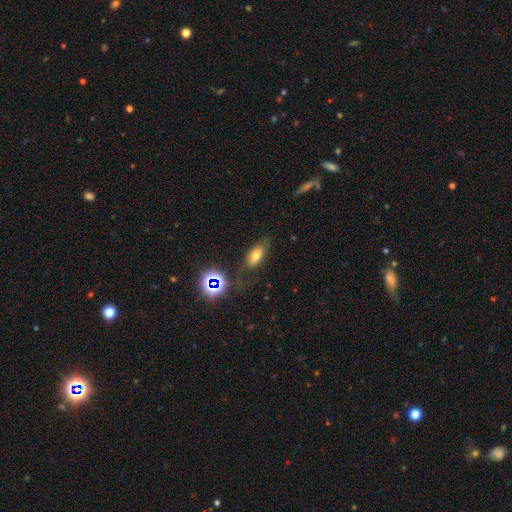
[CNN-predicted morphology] This appears to be a smooth galaxy with no disk features (63%) that is in between round and cigar-shaped (83%). Merging: none (70%).